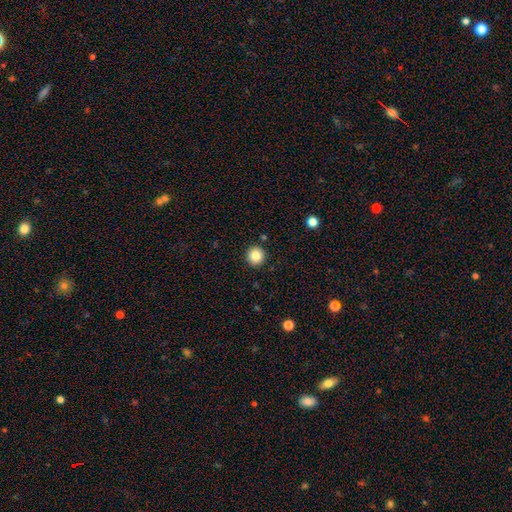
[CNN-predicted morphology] This appears to be a smooth galaxy with no disk features (84%) that is round (94%). Merging: none (91%).